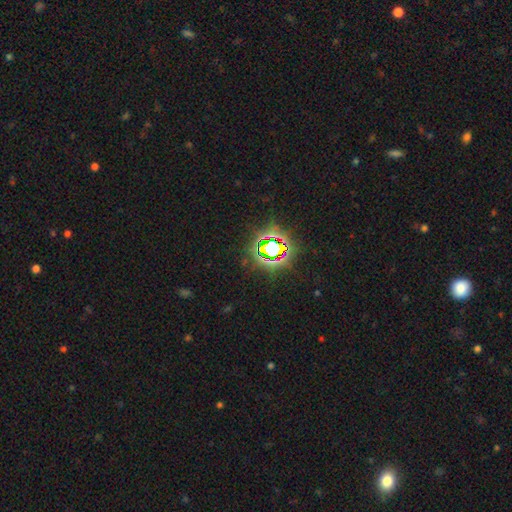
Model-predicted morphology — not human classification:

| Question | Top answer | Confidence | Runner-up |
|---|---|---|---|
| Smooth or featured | star or artifact | 82% | smooth (11%) |